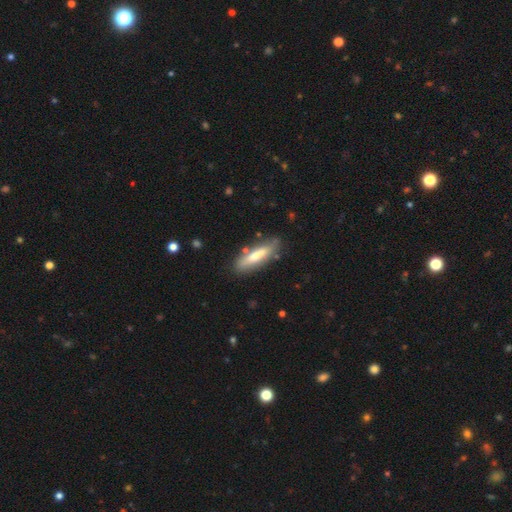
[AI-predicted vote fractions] smooth-or-featured: smooth: 57% | featured or disk: 37% | star or artifact: 6%
  how-rounded: cigar-shaped: 68% | in between: 30% | round: 2%
  merging: none: 81% | minor disturbance: 14% | major disturbance: 3% | merger: 3%